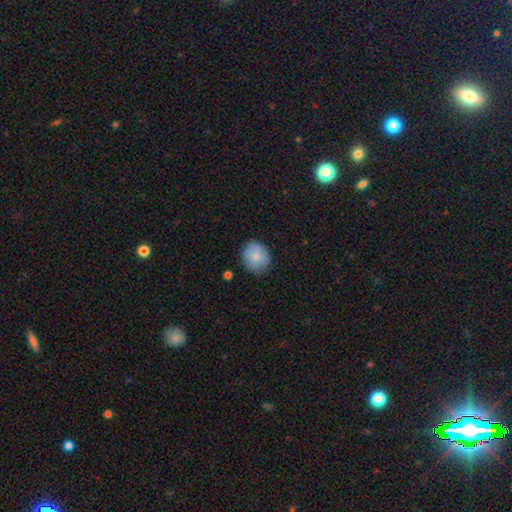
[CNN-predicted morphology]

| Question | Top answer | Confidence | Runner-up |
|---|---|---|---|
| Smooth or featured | smooth | 82% | featured or disk (10%) |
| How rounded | round | 83% | in between (16%) |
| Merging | none | 83% | minor disturbance (13%) |